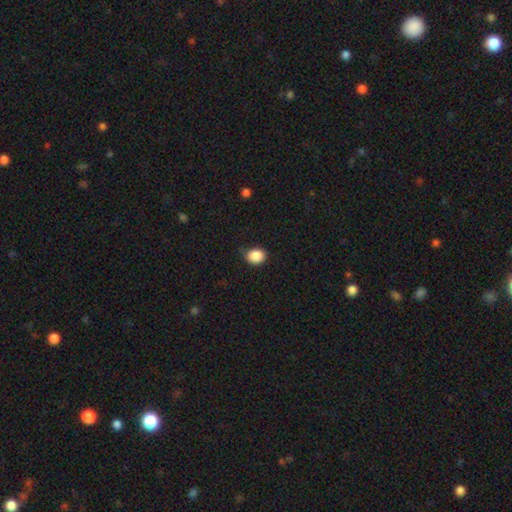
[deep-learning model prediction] Smooth or featured?
  - smooth: 88% *
  - star or artifact: 9%
  - featured or disk: 3%
How rounded?
  - round: 56% *
  - in between: 43%
  - cigar-shaped: 1%
Merging?
  - none: 80% *
  - minor disturbance: 16%
  - major disturbance: 3%
  - merger: 1%